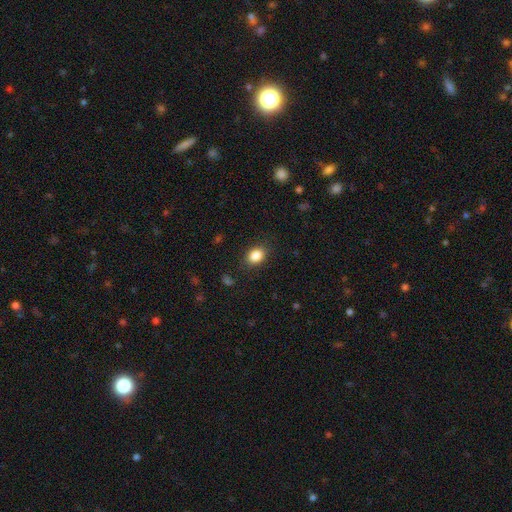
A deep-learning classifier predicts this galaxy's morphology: Smooth or featured?
  - smooth: 86% *
  - star or artifact: 9%
  - featured or disk: 5%
How rounded?
  - in between: 63% *
  - round: 36%
  - cigar-shaped: 1%
Merging?
  - none: 85% *
  - minor disturbance: 10%
  - major disturbance: 3%
  - merger: 1%